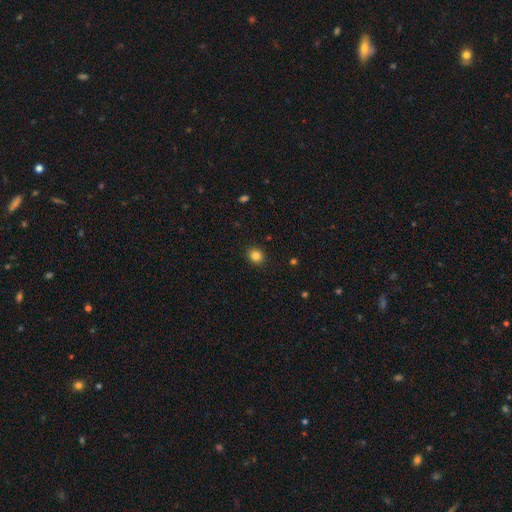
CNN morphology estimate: smooth_or_featured: smooth (p=0.83) [alt: star or artifact p=0.12]
how_rounded: round (p=0.80) [alt: in between p=0.19]
merging: none (p=0.91) [alt: minor disturbance p=0.06]